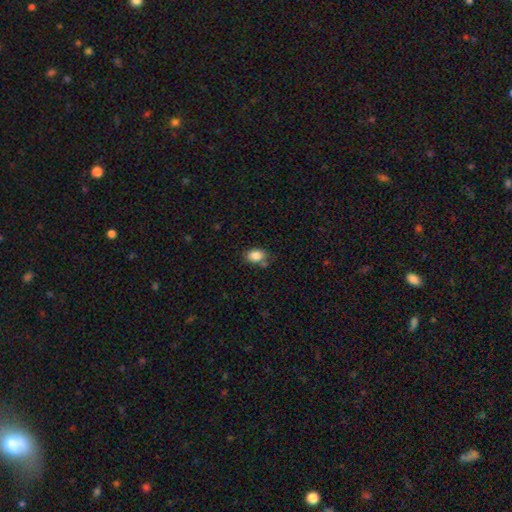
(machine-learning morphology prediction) type=smooth (85%); roundness=in between (76%); merging=none (70%).